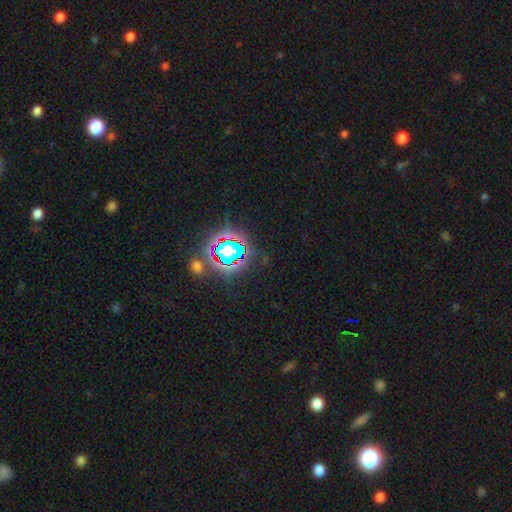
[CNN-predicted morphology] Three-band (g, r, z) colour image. It shows a star or artifact, not a galaxy (80%).